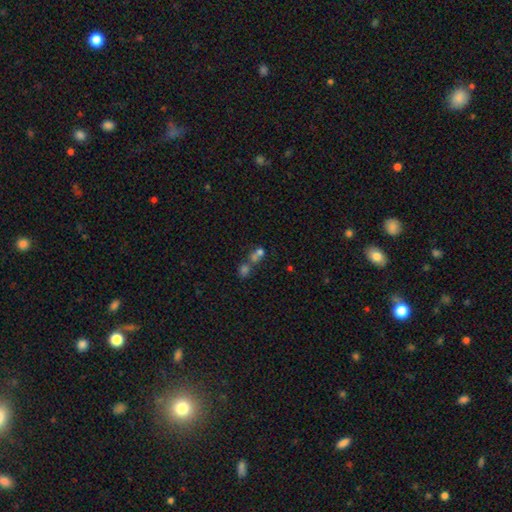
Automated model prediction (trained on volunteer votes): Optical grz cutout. It shows a star or artifact, not a galaxy (45%).